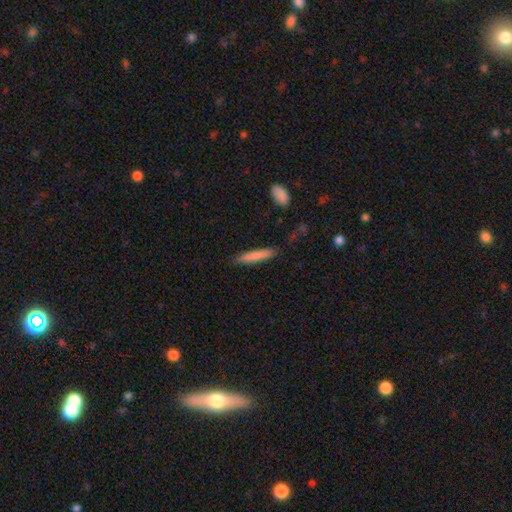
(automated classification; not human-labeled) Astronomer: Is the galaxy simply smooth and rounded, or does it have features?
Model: smooth — 81%.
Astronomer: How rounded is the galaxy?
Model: cigar-shaped — 90%.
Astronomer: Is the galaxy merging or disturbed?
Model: none — 85%.